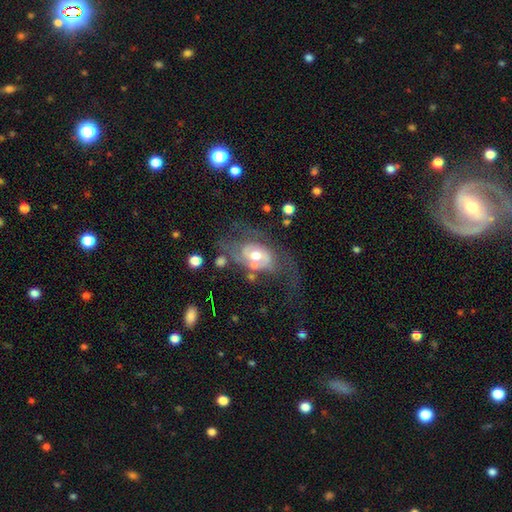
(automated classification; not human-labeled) smooth-or-featured: featured or disk: 74% | smooth: 18% | star or artifact: 8%
  disk-edge-on: no: 95% | yes: 5%
    bar: no: 66% | weak: 27% | strong: 7%
    has-spiral-arms: yes: 76% | no: 24%
      spiral-winding: medium: 40% | tight: 32% | loose: 28%
      spiral-arm-count: 2: 51% | can't tell: 27% | 1: 12% | 3: 5% | 4: 2% | more than 4: 2%
    bulge-size: moderate: 68% | small: 22% | large: 8% | none: 1% | dominant: 1%
  merging: none: 38% | major disturbance: 37% | minor disturbance: 18% | merger: 7%